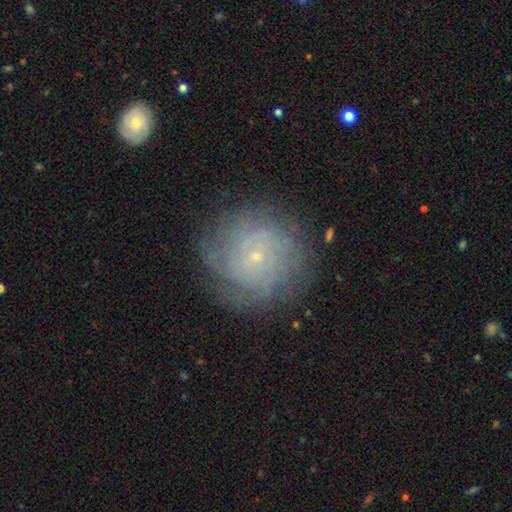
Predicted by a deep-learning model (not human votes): Smooth or featured?
  - featured or disk: 65% *
  - smooth: 24%
  - star or artifact: 11%
Edge-on disk?
  - no: 97% *
  - yes: 3%
Bar?
  - no: 79% *
  - weak: 18%
  - strong: 3%
Spiral arms?
  - yes: 86% *
  - no: 14%
Spiral winding?
  - tight: 70% *
  - medium: 22%
  - loose: 8%
Spiral arm count?
  - can't tell: 47% *
  - 4: 15%
  - more than 4: 14%
  - 3: 9%
  - 2: 9%
  - 1: 6%
Bulge size?
  - small: 87% *
  - moderate: 8%
  - none: 2%
  - large: 1%
  - dominant: 1%
Merging?
  - none: 80% *
  - minor disturbance: 13%
  - major disturbance: 6%
  - merger: 1%